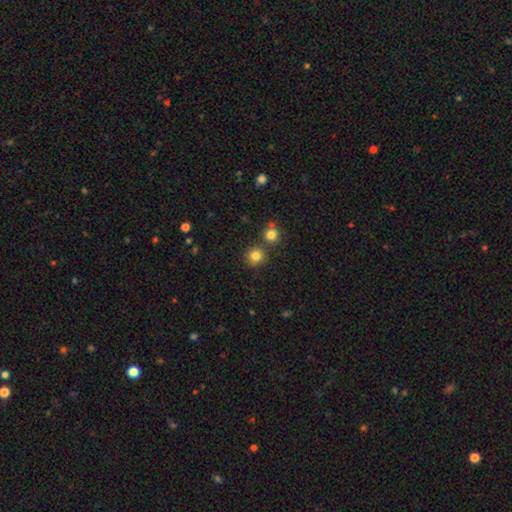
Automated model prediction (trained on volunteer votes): smooth-or-featured: smooth: 81% | star or artifact: 13% | featured or disk: 6%
  how-rounded: round: 91% | in between: 8% | cigar-shaped: 1%
  merging: none: 77% | merger: 14% | minor disturbance: 7% | major disturbance: 3%